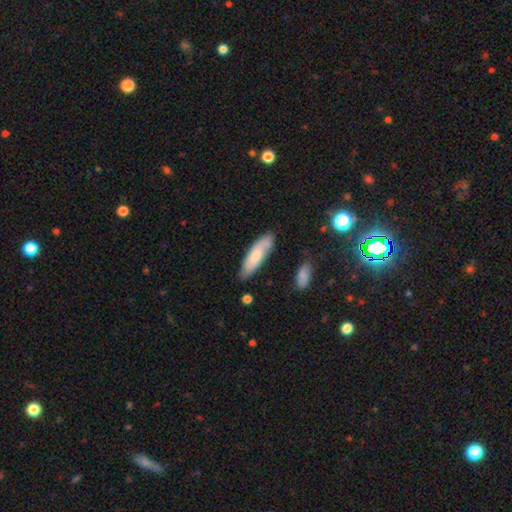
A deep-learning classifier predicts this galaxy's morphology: Smooth or featured? smooth (65%)
How rounded? cigar-shaped (52%)
Merging? none (75%)